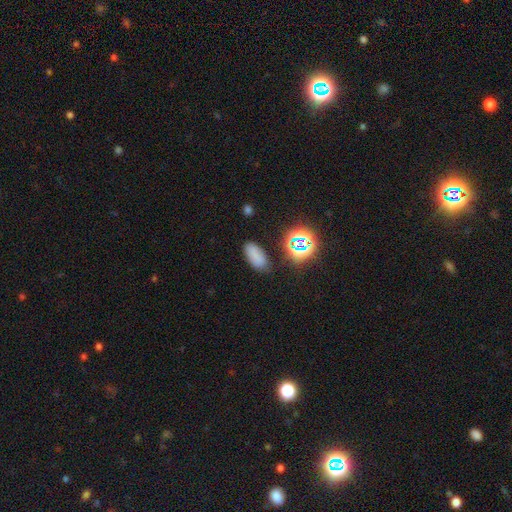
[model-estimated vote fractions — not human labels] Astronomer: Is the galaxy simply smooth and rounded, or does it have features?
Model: smooth — 72%.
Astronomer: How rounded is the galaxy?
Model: in between — 89%.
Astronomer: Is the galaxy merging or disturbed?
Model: none — 79%.